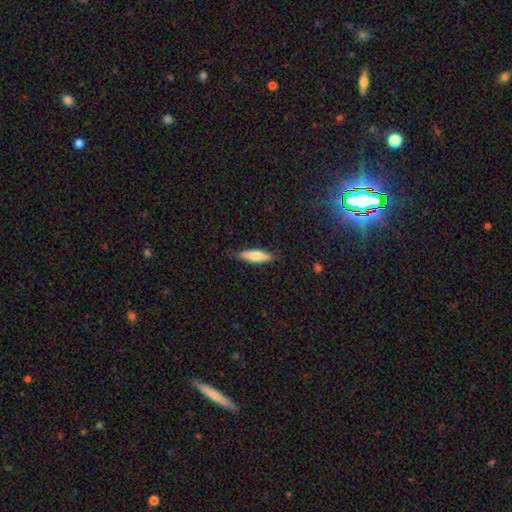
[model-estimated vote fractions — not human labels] smooth_or_featured: smooth (p=0.70) [alt: featured or disk p=0.24]
how_rounded: cigar-shaped (p=0.59) [alt: in between p=0.39]
merging: none (p=0.78) [alt: minor disturbance p=0.17]